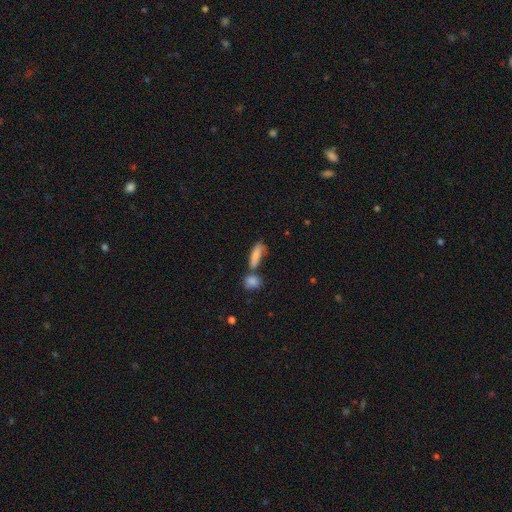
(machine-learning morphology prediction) type=smooth (82%); roundness=in between (49%); merging=none (45%).